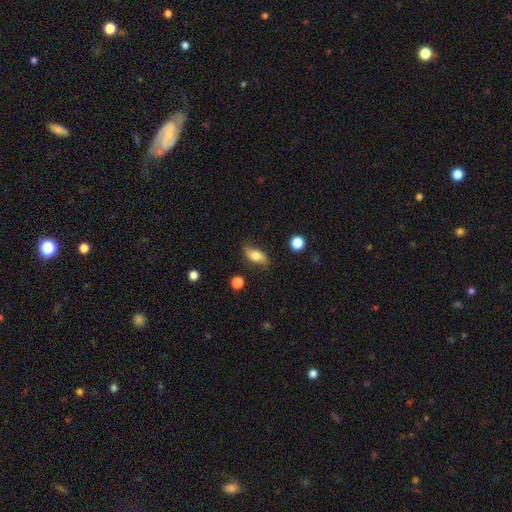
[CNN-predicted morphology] smooth-or-featured: featured or disk: 53% | smooth: 39% | star or artifact: 9%
  disk-edge-on: no: 80% | yes: 20%
  merging: none: 76% | minor disturbance: 17% | major disturbance: 5% | merger: 2%